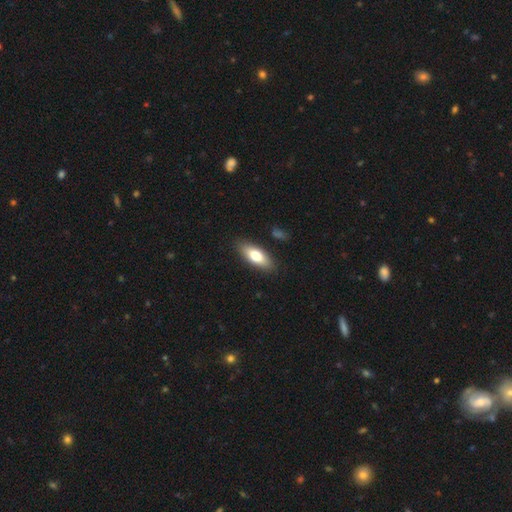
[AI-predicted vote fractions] smooth-or-featured: smooth: 73% | featured or disk: 20% | star or artifact: 6%
  how-rounded: in between: 76% | cigar-shaped: 21% | round: 3%
  merging: none: 87% | minor disturbance: 9% | major disturbance: 2% | merger: 1%